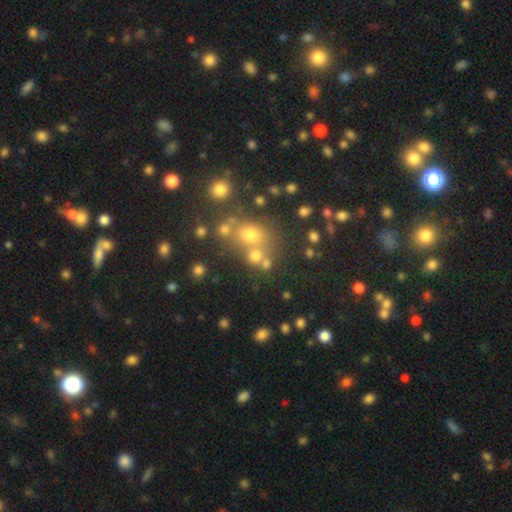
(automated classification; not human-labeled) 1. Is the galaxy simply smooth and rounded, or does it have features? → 66% smooth, 22% star or artifact, 13% featured or disk.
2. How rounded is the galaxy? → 73% round, 25% in between, 2% cigar-shaped.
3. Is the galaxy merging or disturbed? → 53% none, 29% merger, 11% minor disturbance, 7% major disturbance.